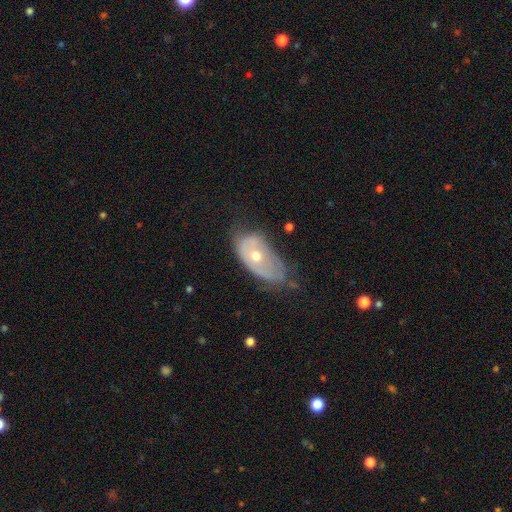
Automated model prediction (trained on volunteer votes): The model was most divided on "merging": minor disturbance: 39%, none: 30%, major disturbance: 28%, merger: 3%. More confident: edge-on disk — no (90%); smooth or featured — featured or disk (52%).